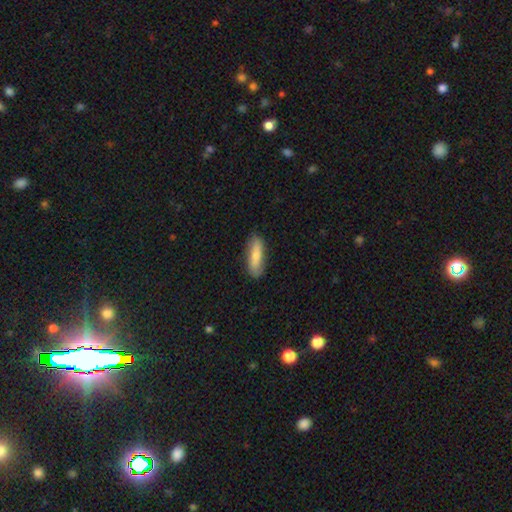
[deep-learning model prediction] Morphology: type=smooth (78%); roundness=cigar-shaped (50%); merging=none (82%).